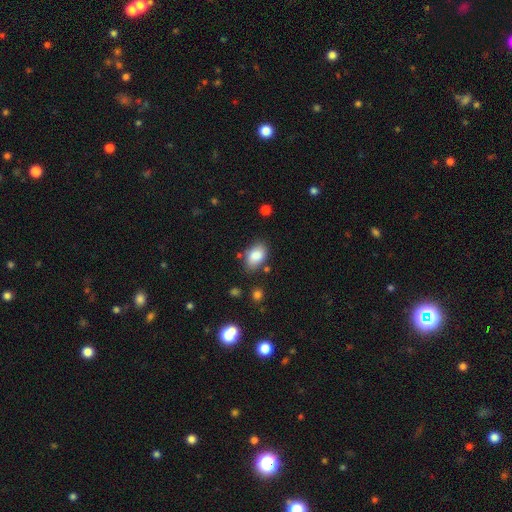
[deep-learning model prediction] Q: Smooth or featured?
A: smooth (85%); runner-up: star or artifact (8%)
Q: How rounded?
A: in between (89%); runner-up: round (10%)
Q: Merging?
A: none (73%); runner-up: minor disturbance (18%)